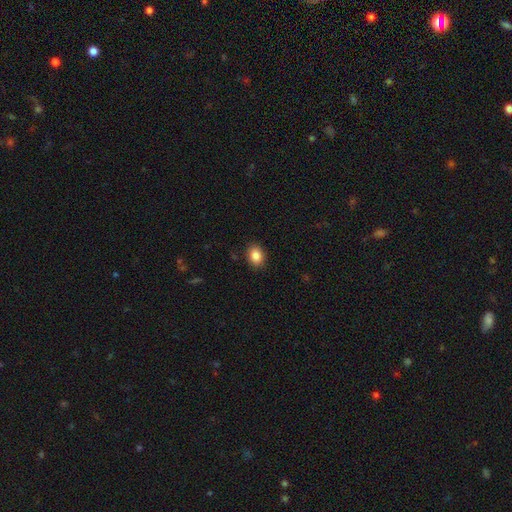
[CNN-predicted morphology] The model was most divided on "how rounded": in between: 62%, round: 37%, cigar-shaped: 1%. More confident: merging — none (89%); smooth or featured — smooth (87%).